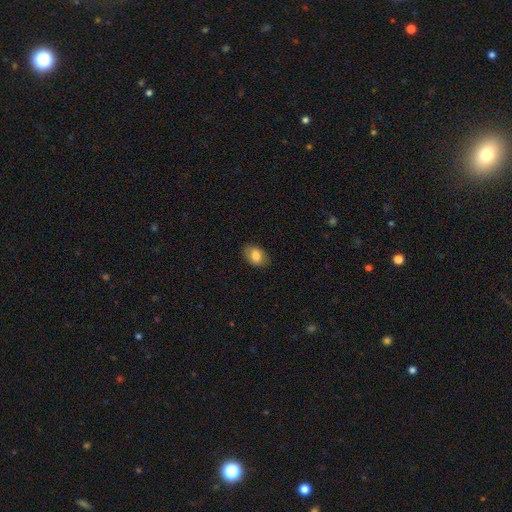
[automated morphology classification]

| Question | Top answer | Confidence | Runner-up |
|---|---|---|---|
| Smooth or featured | smooth | 81% | featured or disk (11%) |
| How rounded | in between | 83% | round (16%) |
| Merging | none | 81% | minor disturbance (15%) |